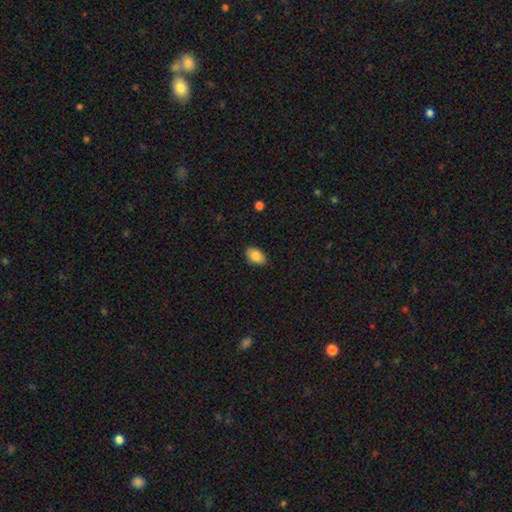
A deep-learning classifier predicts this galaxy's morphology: smooth-or-featured: smooth: 86% | star or artifact: 7% | featured or disk: 7%
  how-rounded: in between: 90% | round: 9% | cigar-shaped: 1%
  merging: none: 86% | minor disturbance: 10% | major disturbance: 2% | merger: 1%